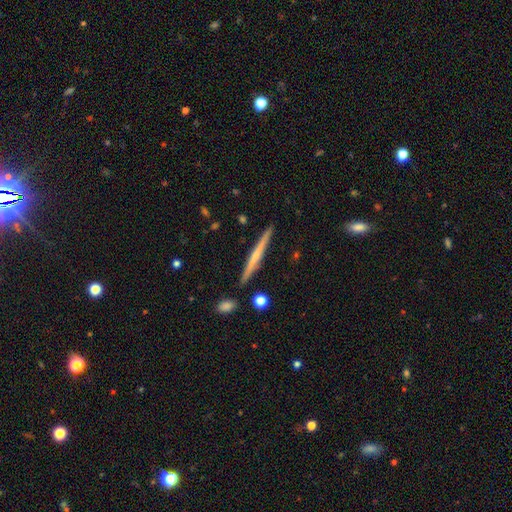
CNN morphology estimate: type=featured or disk (60%); edge-on=yes (98%); edge-on bulge=none (54%); merging=none (89%).